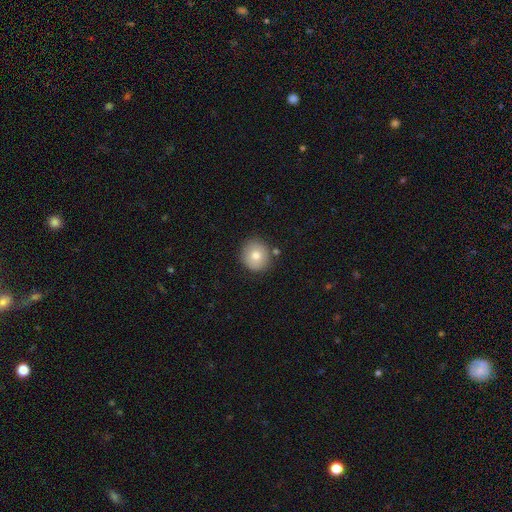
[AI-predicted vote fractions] Smooth or featured? Predicted: smooth (p=0.77). How rounded? Predicted: round (p=0.91). Merging? Predicted: none (p=0.83).